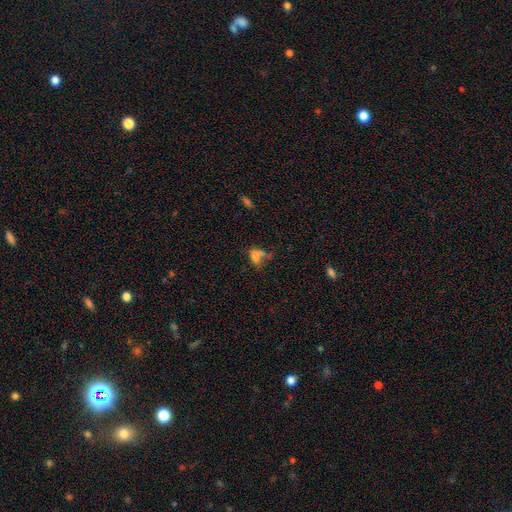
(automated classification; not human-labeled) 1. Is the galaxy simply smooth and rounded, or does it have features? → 63% smooth, 19% featured or disk, 18% star or artifact.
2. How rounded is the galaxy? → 78% in between, 14% round, 8% cigar-shaped.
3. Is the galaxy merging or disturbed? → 33% merger, 29% none, 21% major disturbance, 17% minor disturbance.